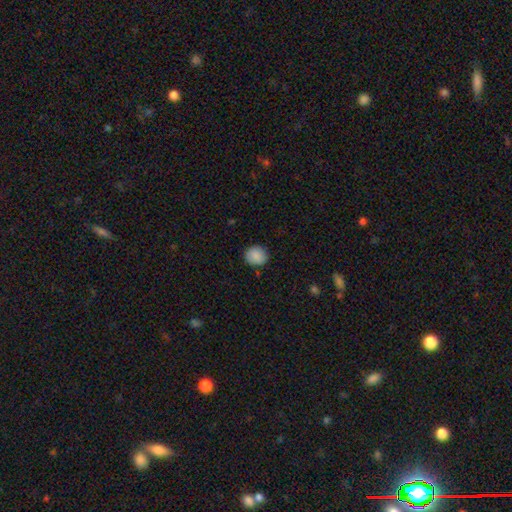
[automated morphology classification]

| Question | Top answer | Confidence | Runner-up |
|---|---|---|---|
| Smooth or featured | smooth | 88% | star or artifact (8%) |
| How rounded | round | 80% | in between (19%) |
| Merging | none | 86% | minor disturbance (10%) |